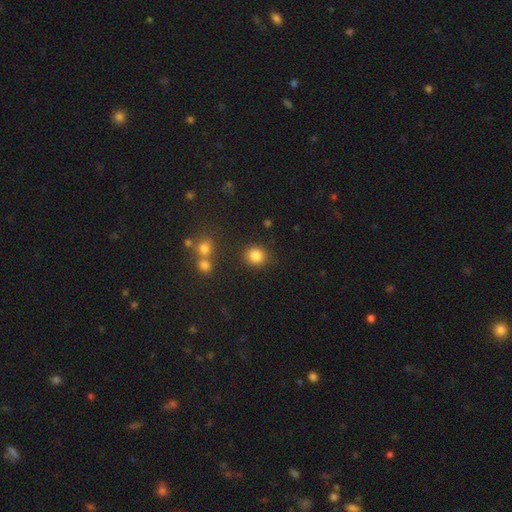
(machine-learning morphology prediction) type=smooth (84%); roundness=round (86%); merging=none (86%).